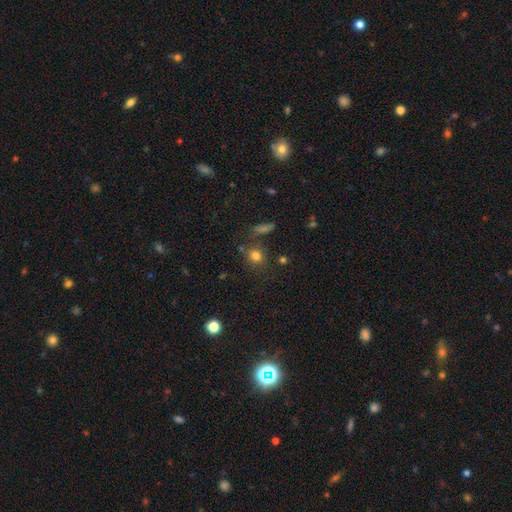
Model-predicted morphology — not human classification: smooth 78%, star or artifact 15%, featured or disk 7%. Down the decision tree: how rounded — round (70%); merging — none (73%).